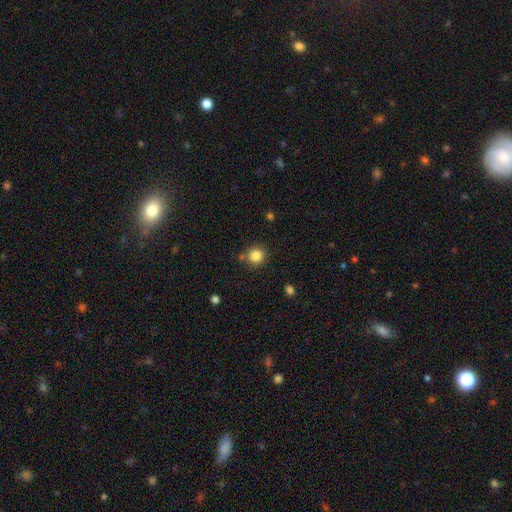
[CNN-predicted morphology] Smooth or featured: smooth — 84% (star or artifact — 11%)
How rounded: round — 91% (in between — 8%)
Merging: none — 81% (minor disturbance — 9%)